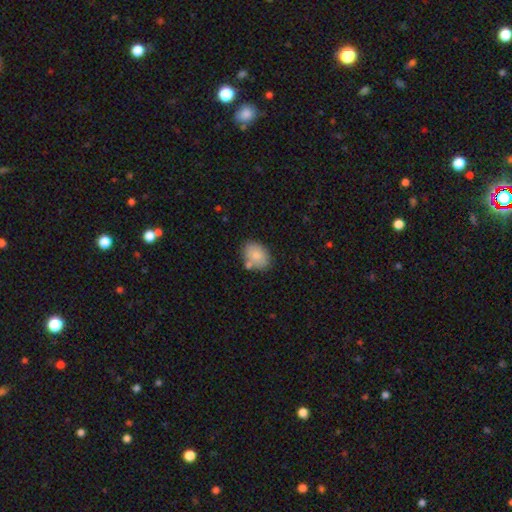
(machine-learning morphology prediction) Smooth or featured?
  - smooth: 83% *
  - featured or disk: 10%
  - star or artifact: 7%
How rounded?
  - in between: 79% *
  - round: 20%
  - cigar-shaped: 1%
Merging?
  - none: 68% *
  - minor disturbance: 17%
  - merger: 12%
  - major disturbance: 4%